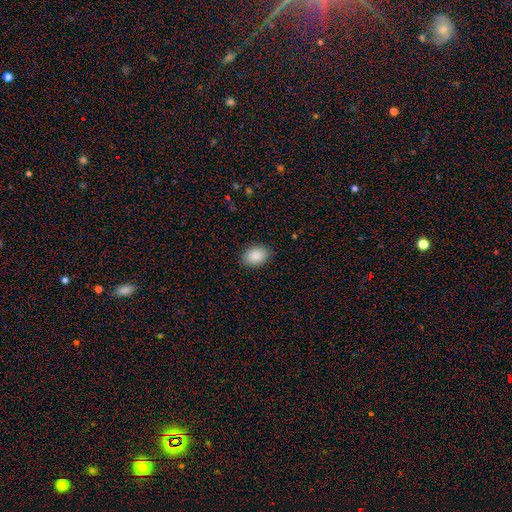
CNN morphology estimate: Smooth or featured?
  - smooth: 89% *
  - star or artifact: 7%
  - featured or disk: 4%
How rounded?
  - in between: 75% *
  - round: 24%
  - cigar-shaped: 1%
Merging?
  - none: 87% *
  - minor disturbance: 9%
  - major disturbance: 2%
  - merger: 1%